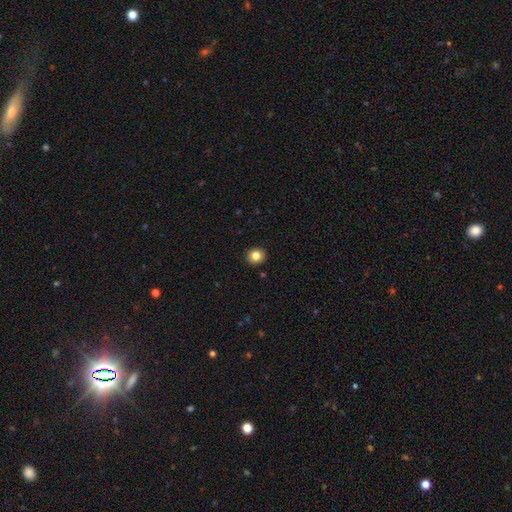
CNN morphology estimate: A smooth galaxy with no disk features (83%) that is round (84%).

Vote fractions:
- Smooth or featured? smooth: 83% / star or artifact: 11% / featured or disk: 7%
- How rounded? round: 84% / in between: 15% / cigar-shaped: 1%
- Merging? none: 92% / minor disturbance: 5% / major disturbance: 1% / merger: 1%